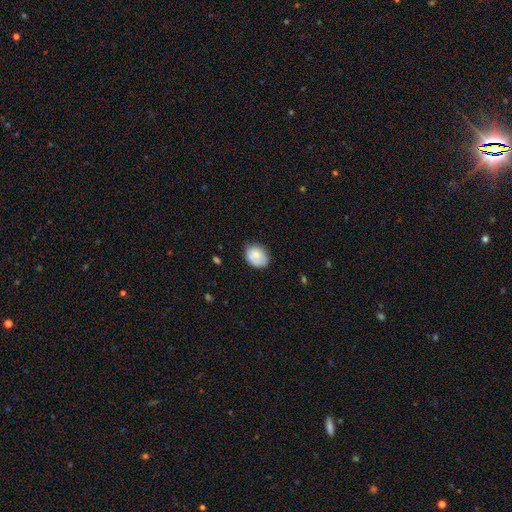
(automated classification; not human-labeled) smooth-or-featured: smooth: 73% | featured or disk: 19% | star or artifact: 8%
  how-rounded: in between: 63% | round: 36% | cigar-shaped: 1%
  merging: none: 65% | minor disturbance: 26% | major disturbance: 5% | merger: 4%